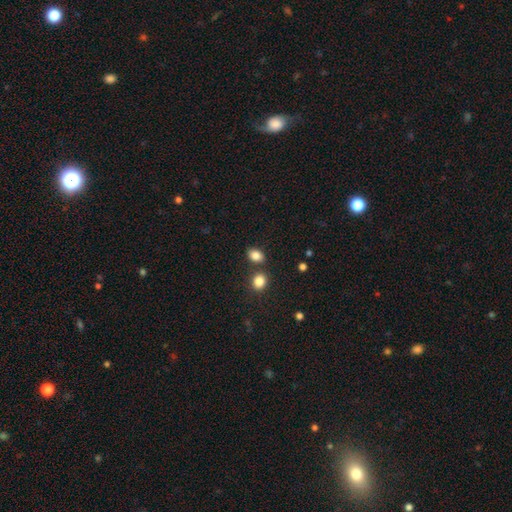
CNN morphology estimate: smooth-or-featured: smooth: 85% | star or artifact: 10% | featured or disk: 5%
  how-rounded: in between: 72% | round: 27% | cigar-shaped: 1%
  merging: none: 73% | merger: 14% | minor disturbance: 10% | major disturbance: 3%